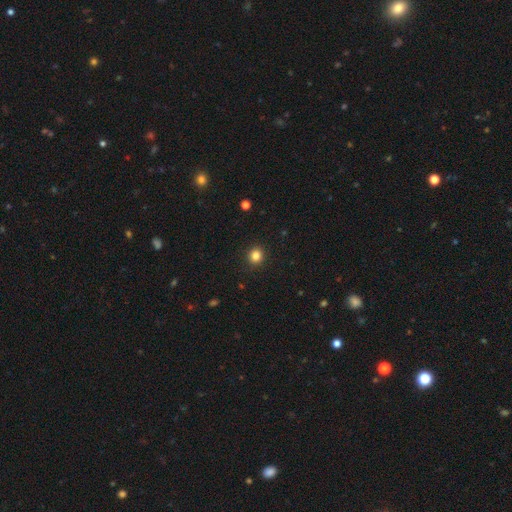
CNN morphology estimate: A smooth galaxy with no disk features (84%) that is round (89%). Merging: none (92%).